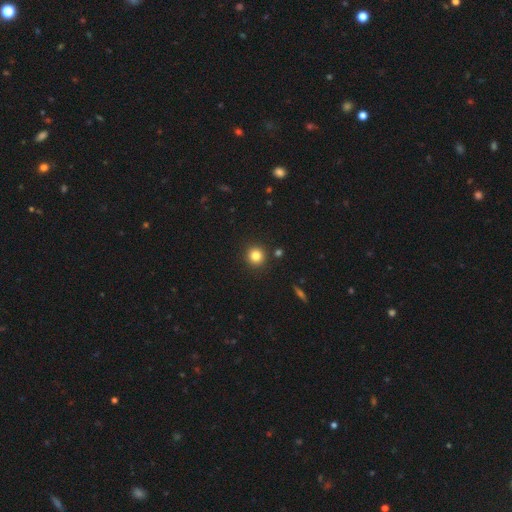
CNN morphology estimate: smooth_or_featured: smooth (p=0.82) [alt: star or artifact p=0.12]
how_rounded: round (p=0.94) [alt: in between p=0.05]
merging: none (p=0.91) [alt: minor disturbance p=0.05]